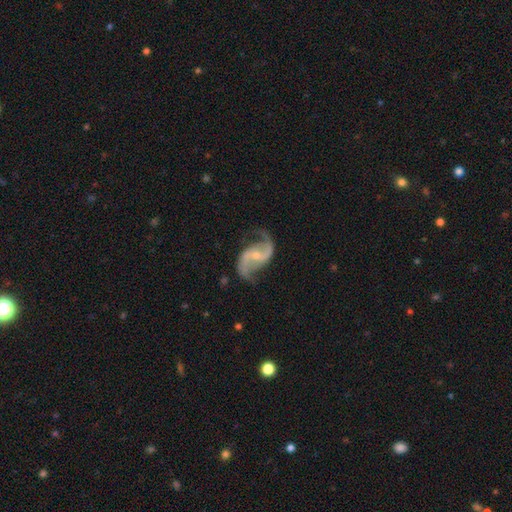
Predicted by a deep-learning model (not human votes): This appears to be a featured or disk galaxy (92%) with a weak bar (44%), 2 (94%) loose (65%) spiral arms (97%) and a small central bulge (65%). Merging: none (75%).